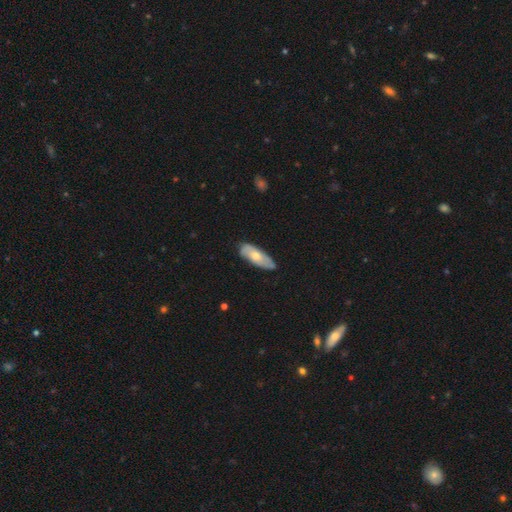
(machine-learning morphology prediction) This is possibly a smooth galaxy (56%). How rounded: likely in between (72%). Merging: likely none (75%).